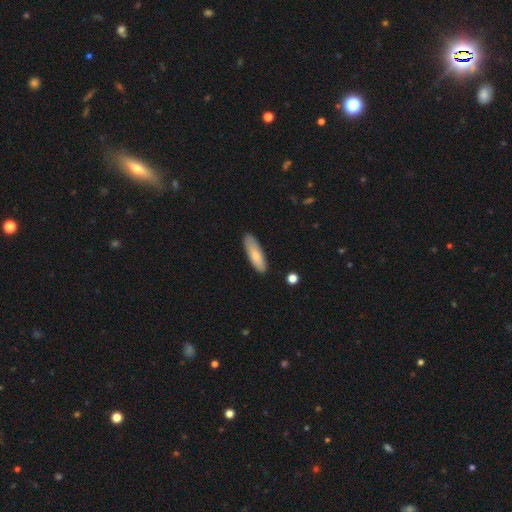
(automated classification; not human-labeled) smooth 77%, featured or disk 18%, star or artifact 6%. Down the decision tree: how rounded — cigar-shaped (52%); merging — none (83%).